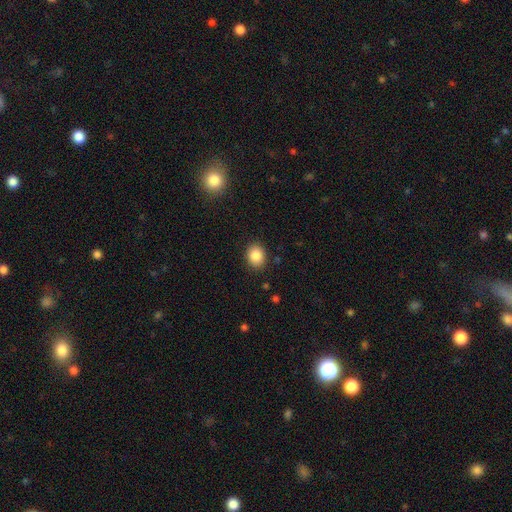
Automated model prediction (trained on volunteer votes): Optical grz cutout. It shows a smooth galaxy with no disk features (86%) that is round (55%). Merging: none (89%).